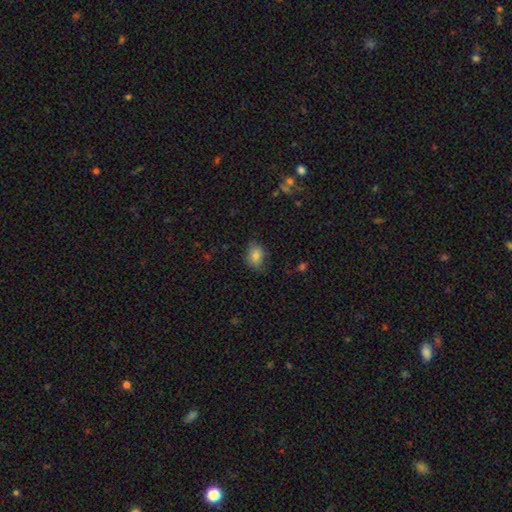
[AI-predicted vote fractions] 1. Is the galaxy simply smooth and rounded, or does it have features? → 83% smooth, 9% star or artifact, 8% featured or disk.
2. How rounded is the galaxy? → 64% in between, 35% round, 1% cigar-shaped.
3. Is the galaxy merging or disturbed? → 76% none, 19% minor disturbance, 4% major disturbance, 1% merger.